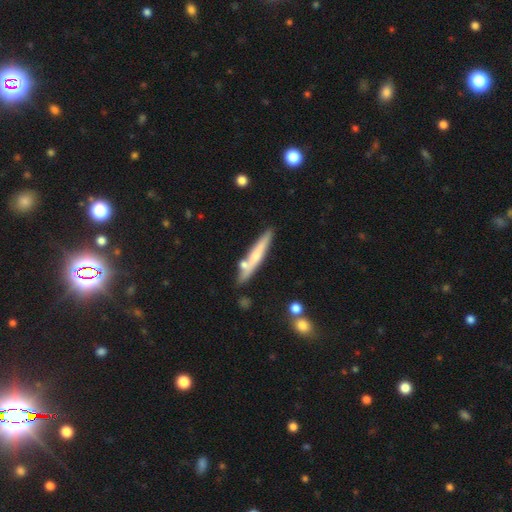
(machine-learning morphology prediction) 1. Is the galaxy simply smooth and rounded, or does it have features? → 51% smooth, 43% featured or disk, 6% star or artifact.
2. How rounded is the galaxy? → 93% cigar-shaped, 6% in between, 1% round.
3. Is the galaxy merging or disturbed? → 75% none, 13% minor disturbance, 10% merger, 3% major disturbance.